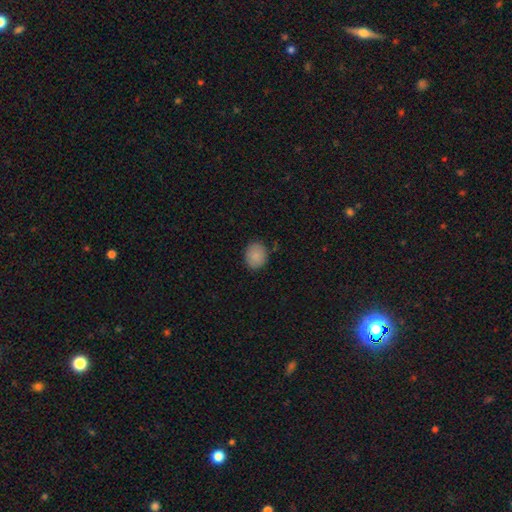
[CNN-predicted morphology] Smooth or featured? Predicted: smooth (p=0.87). How rounded? Predicted: round (p=0.59). Merging? Predicted: none (p=0.85).